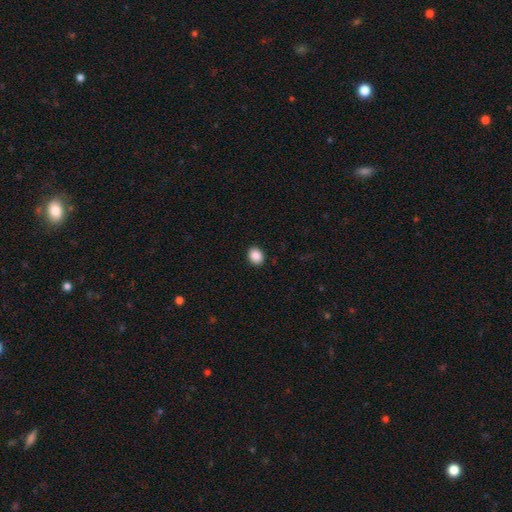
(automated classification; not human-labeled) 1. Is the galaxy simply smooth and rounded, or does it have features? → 89% smooth, 8% star or artifact, 3% featured or disk.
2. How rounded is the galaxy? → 50% in between, 49% round, 1% cigar-shaped.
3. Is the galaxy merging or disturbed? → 91% none, 6% minor disturbance, 2% major disturbance, 1% merger.